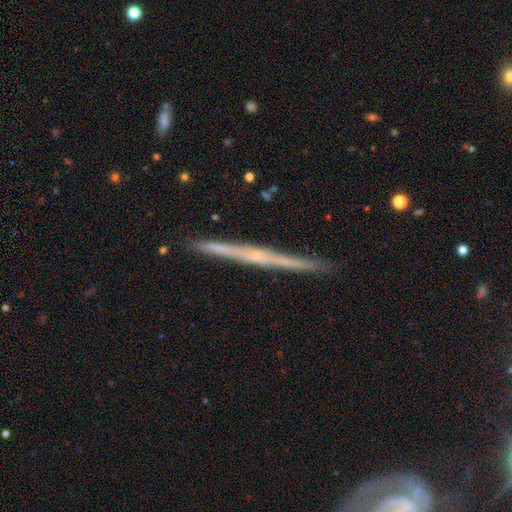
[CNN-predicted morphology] The model was most divided on "edge-on bulge": rounded: 49%, none: 46%, boxy: 6%. More confident: edge-on disk — yes (98%); merging — none (90%); smooth or featured — featured or disk (78%).